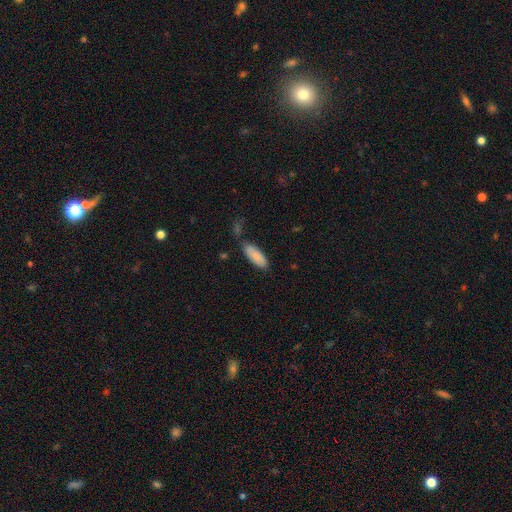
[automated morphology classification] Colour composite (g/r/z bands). It shows a smooth galaxy with no disk features (83%) that is in between round and cigar-shaped (70%). Merging: none (67%).